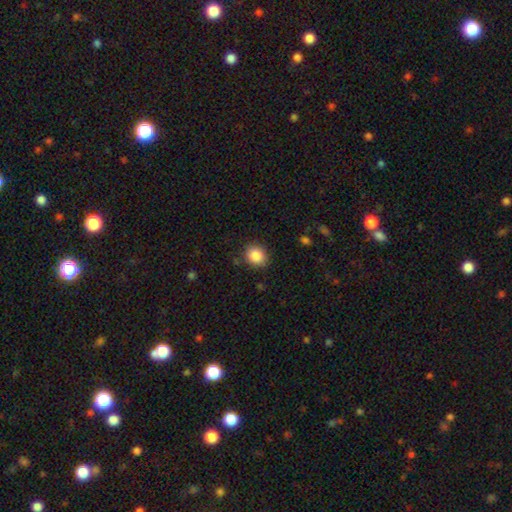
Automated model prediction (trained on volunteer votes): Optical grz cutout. It shows a smooth galaxy with no disk features (87%) that is round (63%). Merging: none (85%).